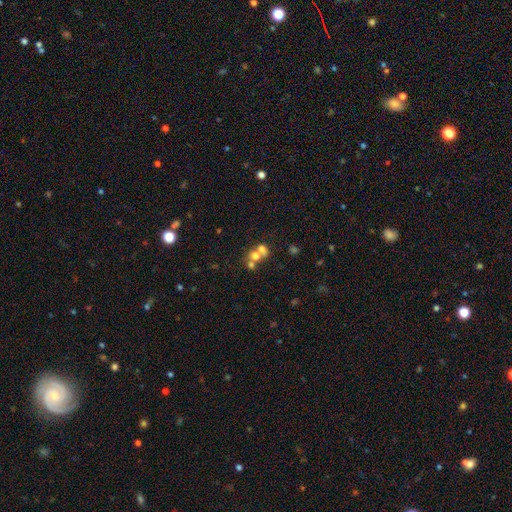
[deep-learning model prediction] smooth_or_featured: smooth (p=0.62) [alt: featured or disk p=0.23]
how_rounded: round (p=0.64) [alt: in between p=0.35]
merging: merger (p=0.64) [alt: none p=0.26]